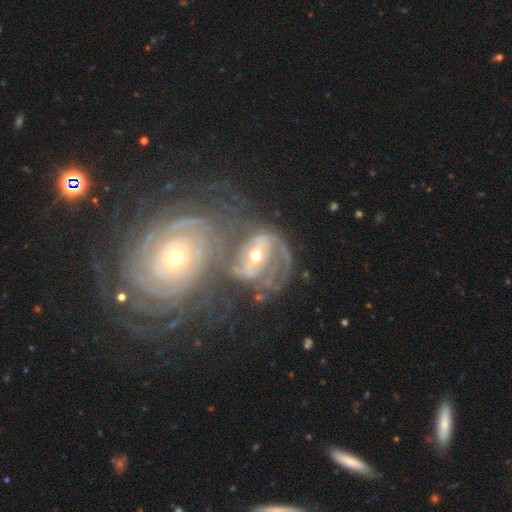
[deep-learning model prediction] A featured or disk galaxy (87%) with no bar (37%), tight (58%) spiral arms (93%) and a moderate central bulge (56%).

Vote fractions:
- Smooth or featured? featured or disk: 87% / smooth: 7% / star or artifact: 6%
- Edge-on disk? no: 97% / yes: 3%
- Bar? no: 37% / weak: 33% / strong: 30%
- Spiral arms? yes: 93% / no: 7%
- Spiral winding? tight: 58% / medium: 32% / loose: 10%
- Spiral arm count? can't tell: 31% / 2: 29% / 3: 20% / 4: 8% / 1: 6% / more than 4: 6%
- Bulge size? moderate: 56% / small: 37% / large: 4% / none: 1% / dominant: 1%
- Merging? merger: 53% / none: 25% / major disturbance: 12% / minor disturbance: 10%